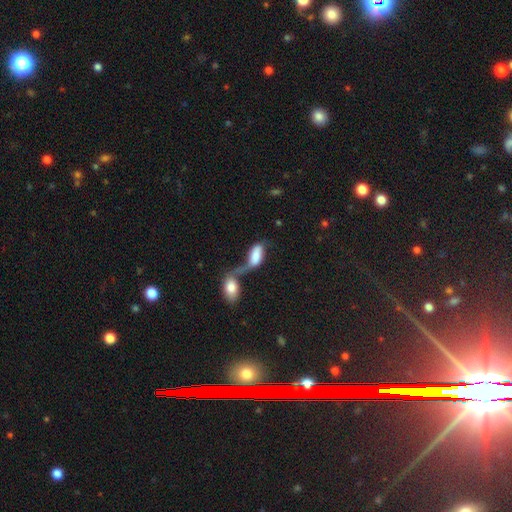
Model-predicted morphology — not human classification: Smooth or featured? Predicted: smooth (p=0.69). How rounded? Predicted: in between (p=0.90). Merging? Predicted: merger (p=0.67).